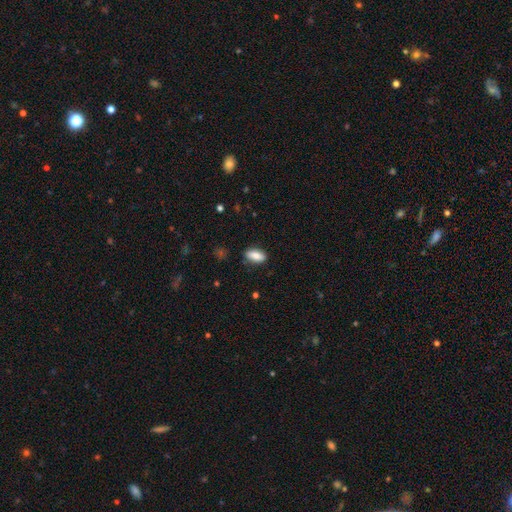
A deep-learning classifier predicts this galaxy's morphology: type=smooth (86%); roundness=in between (87%); merging=none (84%).